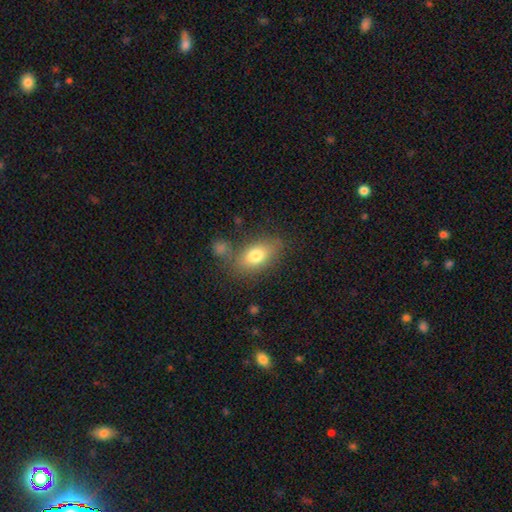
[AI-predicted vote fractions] Smooth or featured: smooth — 76% (featured or disk — 15%)
How rounded: in between — 86% (round — 10%)
Merging: none — 71% (minor disturbance — 14%)